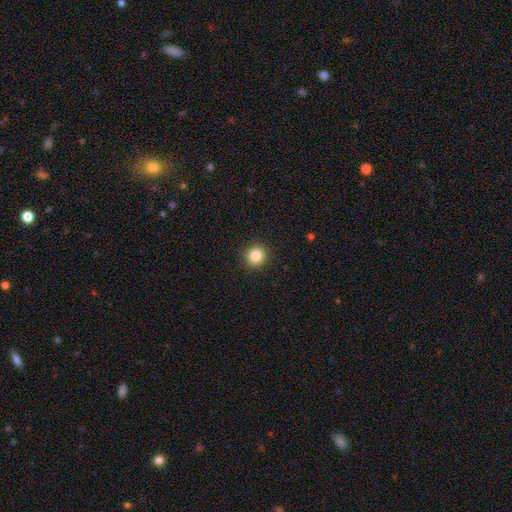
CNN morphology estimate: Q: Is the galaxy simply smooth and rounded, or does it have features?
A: smooth — 85%.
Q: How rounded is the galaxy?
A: round — 91%.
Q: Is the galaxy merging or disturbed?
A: none — 92%.